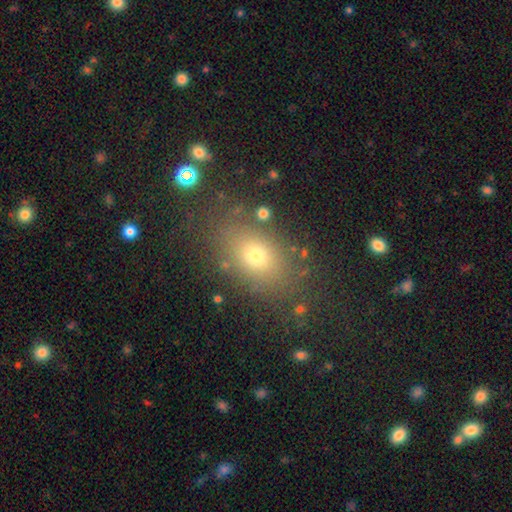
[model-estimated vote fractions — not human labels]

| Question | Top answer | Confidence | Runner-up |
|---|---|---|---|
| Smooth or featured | smooth | 69% | star or artifact (18%) |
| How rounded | in between | 70% | round (27%) |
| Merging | none | 82% | minor disturbance (10%) |